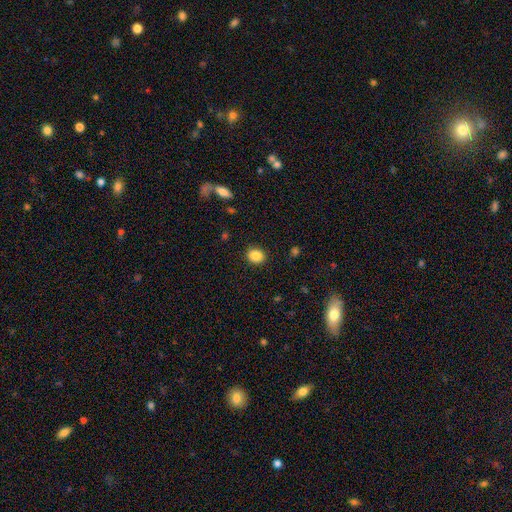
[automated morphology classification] Overall: smooth (86%). How rounded: round (69%; in between 30%). Merging: none (90%).